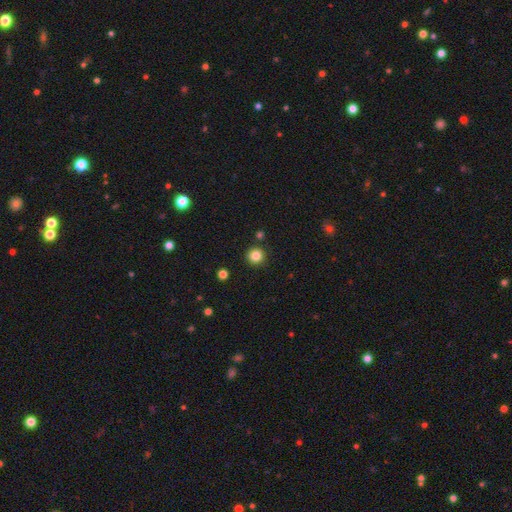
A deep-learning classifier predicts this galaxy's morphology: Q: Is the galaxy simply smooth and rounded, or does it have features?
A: smooth — 84%.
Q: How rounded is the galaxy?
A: round — 94%.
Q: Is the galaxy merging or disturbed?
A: none — 89%.